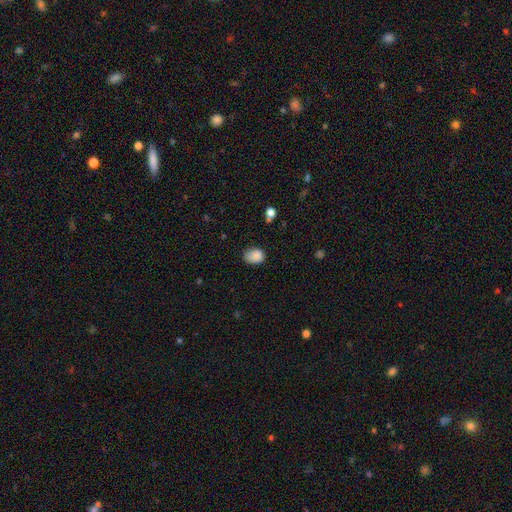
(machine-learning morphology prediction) smooth-or-featured: smooth: 86% | star or artifact: 9% | featured or disk: 5%
  how-rounded: in between: 66% | round: 33% | cigar-shaped: 1%
  merging: none: 64% | minor disturbance: 29% | major disturbance: 6% | merger: 2%